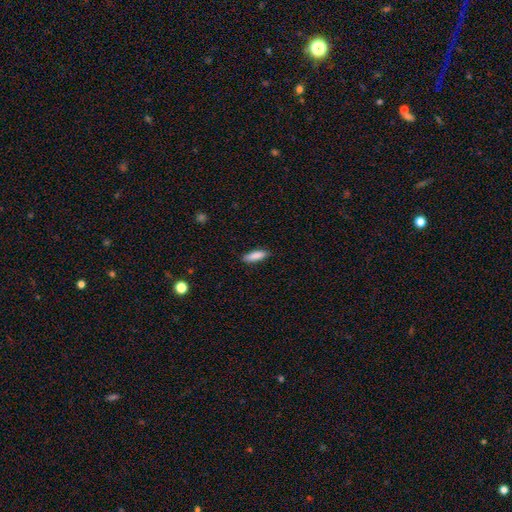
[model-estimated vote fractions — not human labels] Smooth or featured? Predicted: smooth (p=0.87). How rounded? Predicted: cigar-shaped (p=0.50). Merging? Predicted: none (p=0.86).